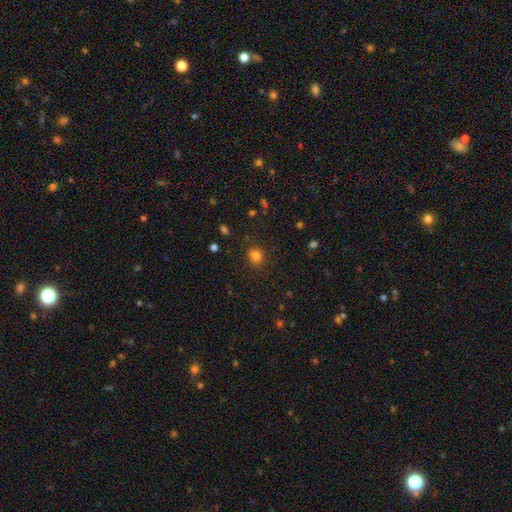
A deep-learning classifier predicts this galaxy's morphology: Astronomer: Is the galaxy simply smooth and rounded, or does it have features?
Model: smooth — 79%.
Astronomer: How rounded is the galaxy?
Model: round — 79%.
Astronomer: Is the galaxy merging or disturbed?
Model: none — 81%.